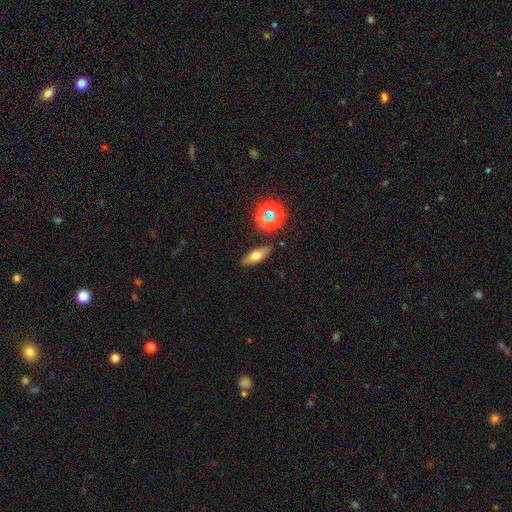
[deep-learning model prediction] A smooth galaxy with no disk features (64%) that is in between round and cigar-shaped (62%). Merging: none (85%).